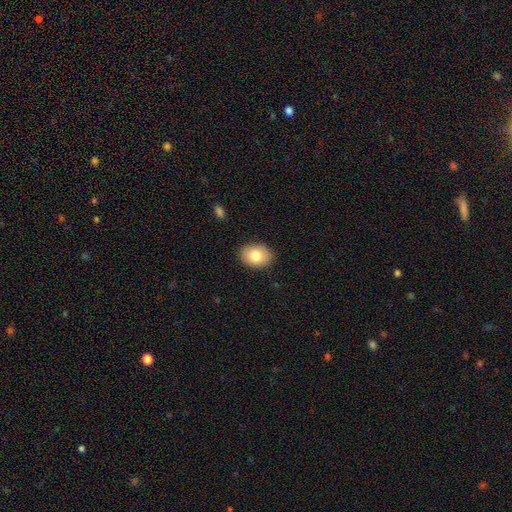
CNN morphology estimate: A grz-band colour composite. It shows a smooth galaxy with no disk features (79%) that is in between round and cigar-shaped (74%). Merging: none (88%).